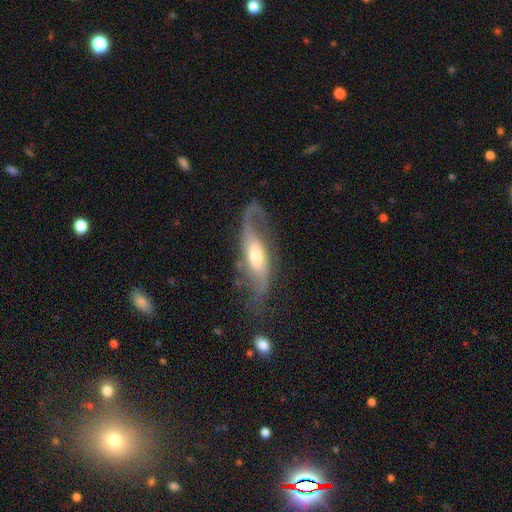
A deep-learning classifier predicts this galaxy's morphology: smooth-or-featured: featured or disk: 79% | smooth: 16% | star or artifact: 6%
  disk-edge-on: no: 84% | yes: 16%
    bar: no: 46% | weak: 36% | strong: 18%
    has-spiral-arms: yes: 92% | no: 8%
      spiral-winding: loose: 58% | medium: 31% | tight: 11%
      spiral-arm-count: 2: 73% | 1: 16% | can't tell: 7% | 3: 2% | 4: 1% | more than 4: 1%
    bulge-size: moderate: 59% | small: 26% | large: 11% | none: 2% | dominant: 2%
  merging: none: 57% | minor disturbance: 20% | major disturbance: 19% | merger: 3%